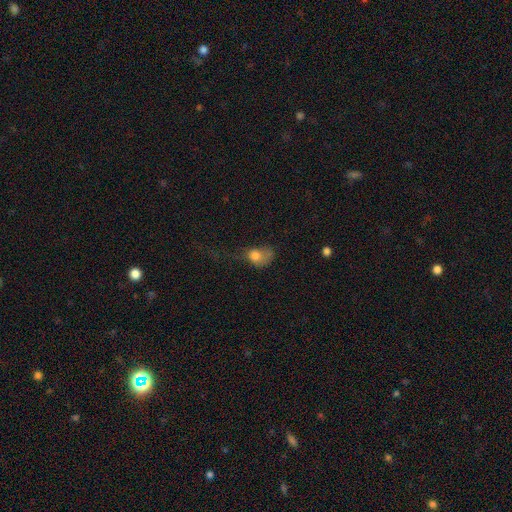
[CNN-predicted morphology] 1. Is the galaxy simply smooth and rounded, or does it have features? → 71% smooth, 18% featured or disk, 11% star or artifact.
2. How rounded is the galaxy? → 58% in between, 40% round, 2% cigar-shaped.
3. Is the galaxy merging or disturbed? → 54% major disturbance, 21% minor disturbance, 19% none, 6% merger.